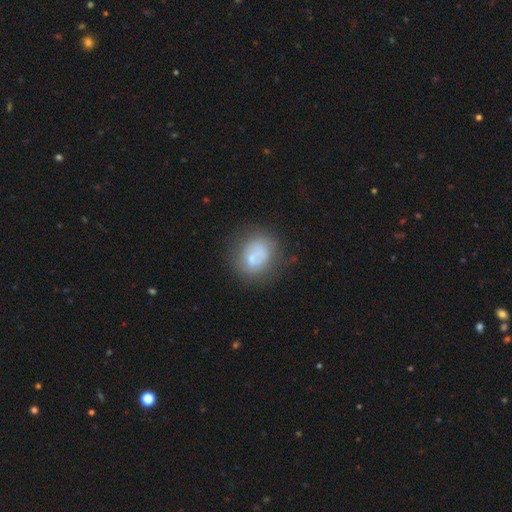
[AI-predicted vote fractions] Overall: smooth (64%; featured or disk 26%). How rounded: round (60%; in between 38%). Merging: none (59%; minor disturbance 19%).